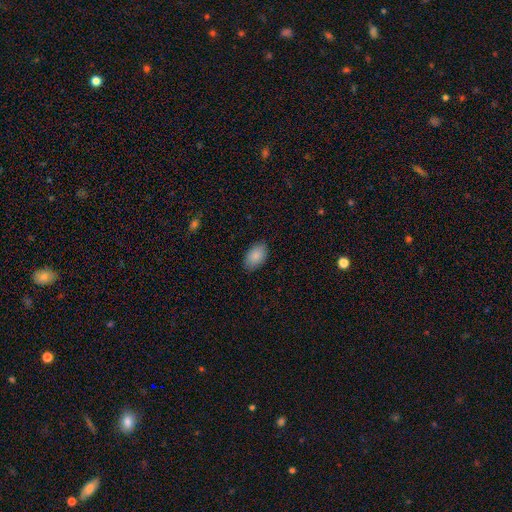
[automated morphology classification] Smooth or featured: smooth — 88% (star or artifact — 7%)
How rounded: in between — 92% (round — 6%)
Merging: none — 86% (minor disturbance — 11%)